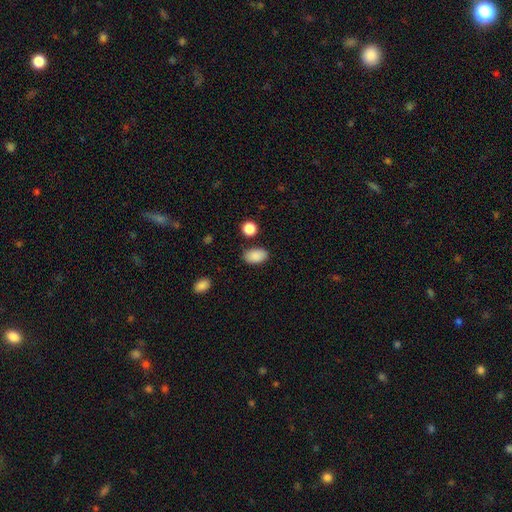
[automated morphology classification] The model was most divided on "merging": none: 80%, minor disturbance: 13%, merger: 4%, major disturbance: 3%. More confident: how rounded — in between (90%); smooth or featured — smooth (88%).